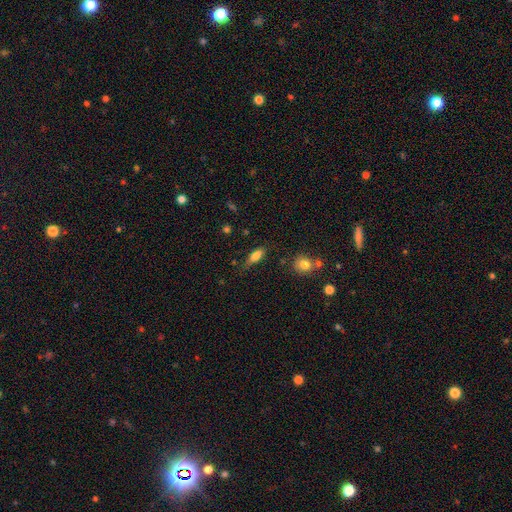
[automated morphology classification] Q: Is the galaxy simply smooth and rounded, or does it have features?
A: smooth — 77%.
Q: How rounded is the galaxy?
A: in between — 68%.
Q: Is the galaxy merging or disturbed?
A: none — 64%.